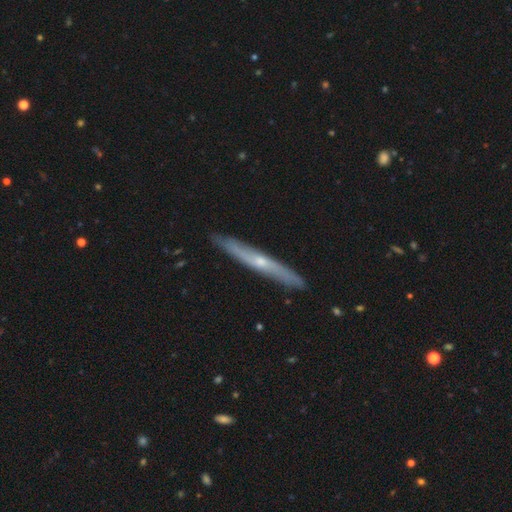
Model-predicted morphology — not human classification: smooth_or_featured: featured or disk (p=0.68) [alt: smooth p=0.26]
disk_edge_on: yes (p=0.90) [alt: no p=0.10]
edge_on_bulge: rounded (p=0.69) [alt: none p=0.29]
merging: none (p=0.89) [alt: minor disturbance p=0.09]